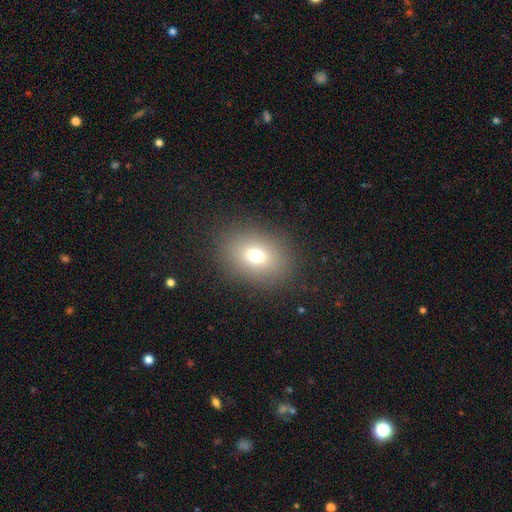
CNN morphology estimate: The model was most divided on "how rounded": in between: 64%, round: 35%, cigar-shaped: 1%. More confident: merging — none (86%); smooth or featured — smooth (72%).